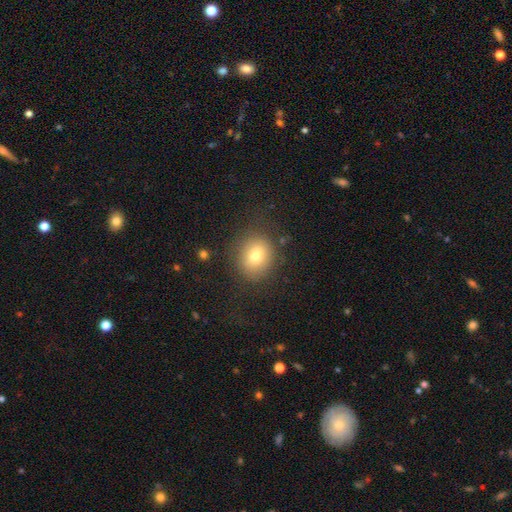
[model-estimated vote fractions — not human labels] The model was most divided on "how rounded": round: 75%, in between: 24%, cigar-shaped: 1%. More confident: merging — none (81%); smooth or featured — smooth (75%).